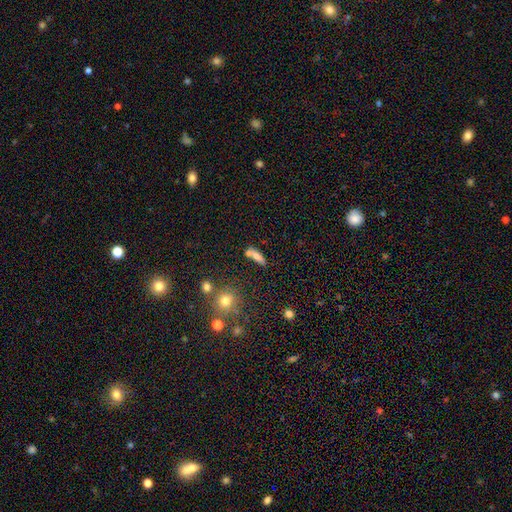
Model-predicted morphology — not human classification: This is likely a smooth galaxy (68%). How rounded: possibly in between (48%). Merging: possibly none (49%).